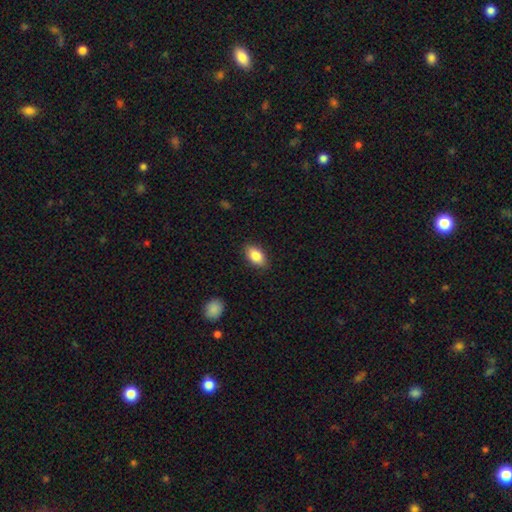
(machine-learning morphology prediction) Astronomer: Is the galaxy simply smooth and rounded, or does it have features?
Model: smooth — 86%.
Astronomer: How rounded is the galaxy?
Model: in between — 92%.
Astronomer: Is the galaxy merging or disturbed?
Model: none — 85%.